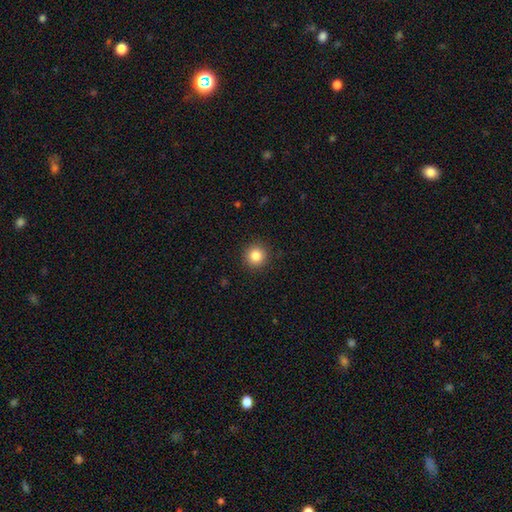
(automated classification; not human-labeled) The model was most divided on "smooth or featured": smooth: 85%, star or artifact: 10%, featured or disk: 5%. More confident: how rounded — round (95%); merging — none (92%).